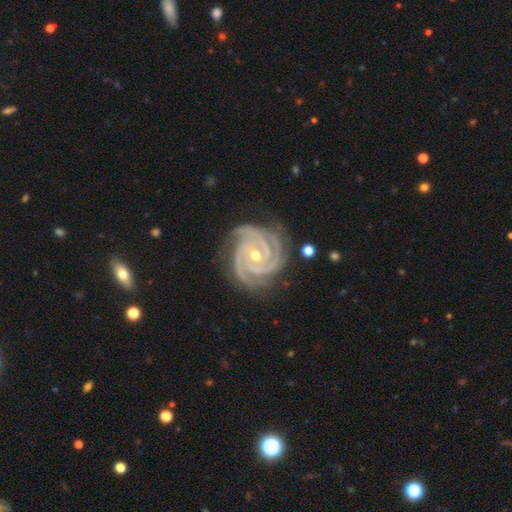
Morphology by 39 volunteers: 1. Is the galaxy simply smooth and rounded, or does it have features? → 100% featured or disk, 0% smooth, 0% star or artifact.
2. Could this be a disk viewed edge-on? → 100% no, 0% yes.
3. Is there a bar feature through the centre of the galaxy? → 62% no, 26% weak, 13% strong.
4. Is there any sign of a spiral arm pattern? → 100% yes, 0% no.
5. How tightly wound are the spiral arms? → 85% tight, 15% medium, 0% loose.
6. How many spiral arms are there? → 92% 3, 3% 2, 3% 4, 3% more than 4, 0% 1, 0% can't tell.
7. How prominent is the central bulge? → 62% small, 36% moderate, 3% large, 0% dominant, 0% none.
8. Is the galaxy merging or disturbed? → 90% none, 10% minor disturbance, 0% major disturbance, 0% merger.